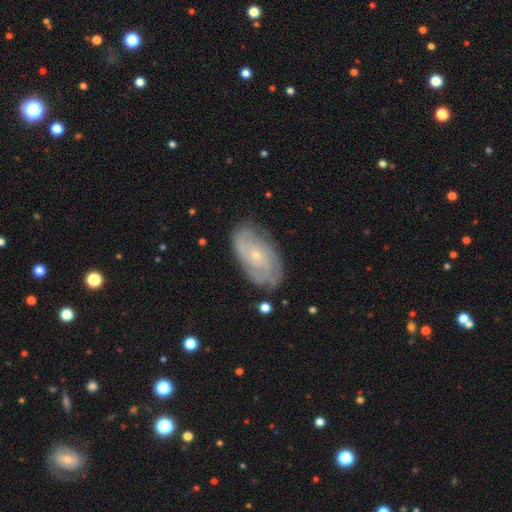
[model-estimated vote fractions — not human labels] Smooth or featured? Predicted: featured or disk (p=0.73). Edge-on disk? Predicted: no (p=0.94). Bar? Predicted: no (p=0.75). Spiral arms? Predicted: yes (p=0.87). Spiral winding? Predicted: tight (p=0.63). Spiral arm count? Predicted: can't tell (p=0.45). Bulge size? Predicted: small (p=0.79). Merging? Predicted: none (p=0.78).